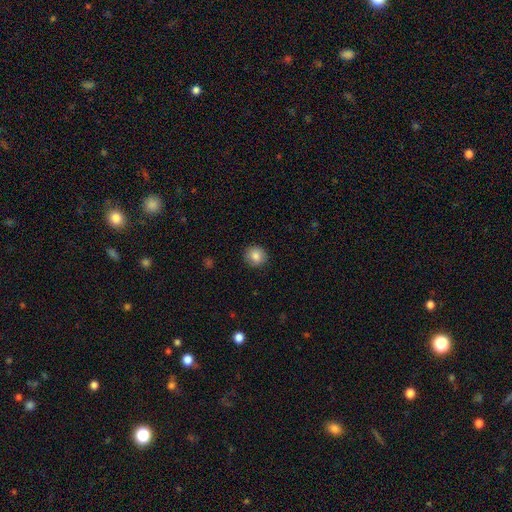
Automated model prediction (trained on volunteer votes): smooth-or-featured: smooth: 85% | star or artifact: 9% | featured or disk: 6%
  how-rounded: round: 87% | in between: 12% | cigar-shaped: 1%
  merging: none: 90% | minor disturbance: 7% | major disturbance: 2% | merger: 1%